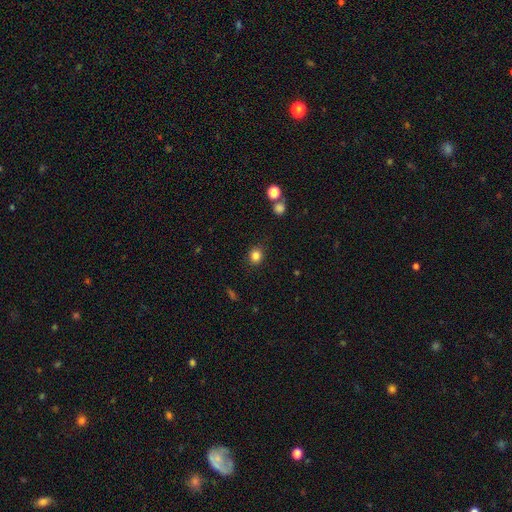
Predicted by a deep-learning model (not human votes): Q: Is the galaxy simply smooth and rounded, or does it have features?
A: smooth — 84%.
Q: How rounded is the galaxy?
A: round — 77%.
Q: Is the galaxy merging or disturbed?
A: none — 87%.